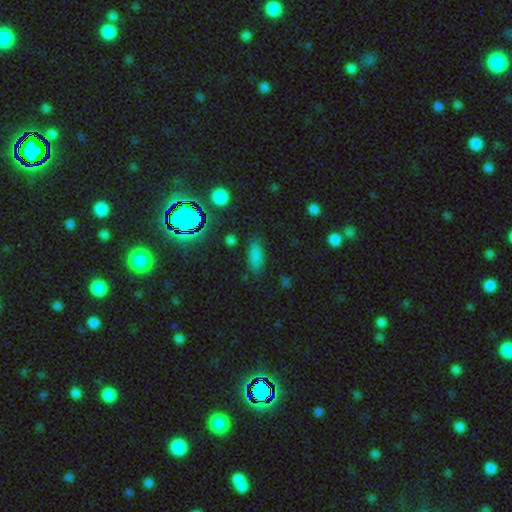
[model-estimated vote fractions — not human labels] smooth-or-featured: smooth: 76% | star or artifact: 17% | featured or disk: 7%
  how-rounded: in between: 74% | cigar-shaped: 22% | round: 4%
  merging: none: 83% | minor disturbance: 12% | major disturbance: 3% | merger: 2%